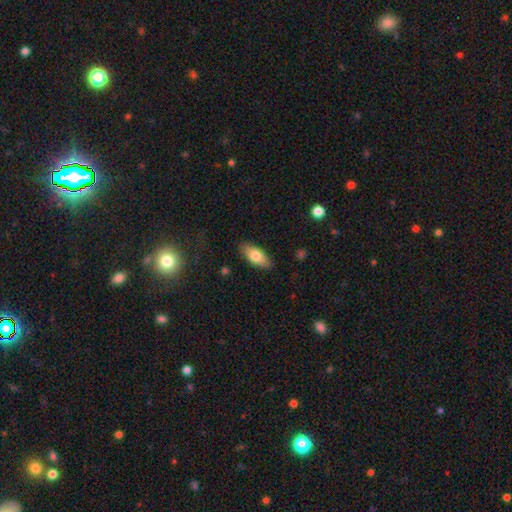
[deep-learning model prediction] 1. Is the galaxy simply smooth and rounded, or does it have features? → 75% smooth, 18% featured or disk, 6% star or artifact.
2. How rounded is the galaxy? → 85% in between, 12% cigar-shaped, 3% round.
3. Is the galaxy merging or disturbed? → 87% none, 10% minor disturbance, 2% major disturbance, 1% merger.